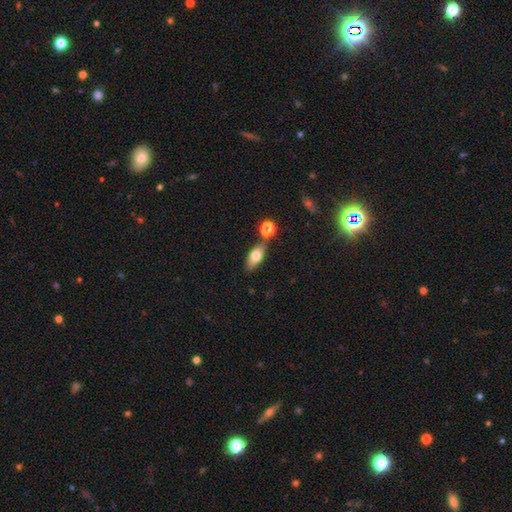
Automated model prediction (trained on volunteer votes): Q: Smooth or featured?
A: smooth (72%); runner-up: featured or disk (20%)
Q: How rounded?
A: in between (79%); runner-up: cigar-shaped (15%)
Q: Merging?
A: none (62%); runner-up: merger (20%)